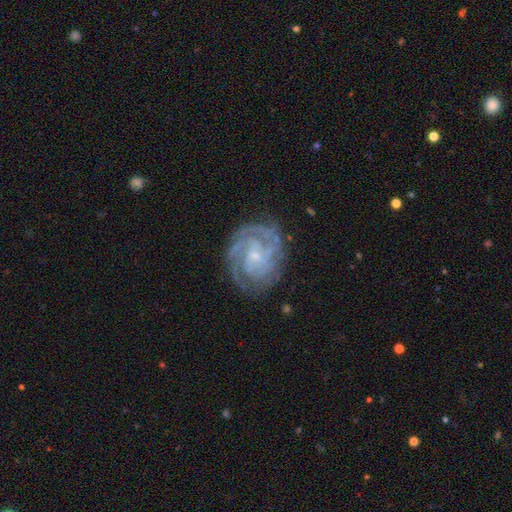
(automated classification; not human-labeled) Smooth or featured?
  - featured or disk: 88% *
  - smooth: 6%
  - star or artifact: 6%
Edge-on disk?
  - no: 98% *
  - yes: 2%
Bar?
  - no: 51% *
  - weak: 39%
  - strong: 10%
Spiral arms?
  - yes: 97% *
  - no: 3%
Spiral winding?
  - tight: 69% *
  - medium: 27%
  - loose: 4%
Spiral arm count?
  - 3: 28% *
  - can't tell: 22%
  - 4: 21%
  - 2: 16%
  - more than 4: 7%
  - 1: 6%
Bulge size?
  - small: 77% *
  - moderate: 16%
  - none: 5%
  - large: 1%
  - dominant: 1%
Merging?
  - none: 76% *
  - minor disturbance: 16%
  - major disturbance: 7%
  - merger: 1%